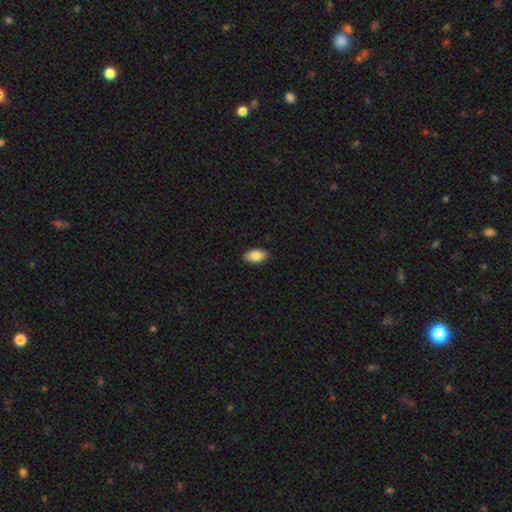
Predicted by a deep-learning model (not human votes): Overall: smooth (89%). How rounded: in between (94%). Merging: none (89%).